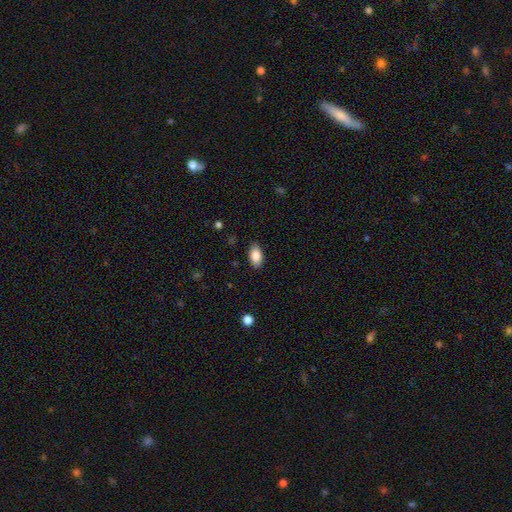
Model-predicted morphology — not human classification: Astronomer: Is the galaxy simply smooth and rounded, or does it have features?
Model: smooth — 86%.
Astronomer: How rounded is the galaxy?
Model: in between — 93%.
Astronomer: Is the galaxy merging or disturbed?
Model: none — 86%.